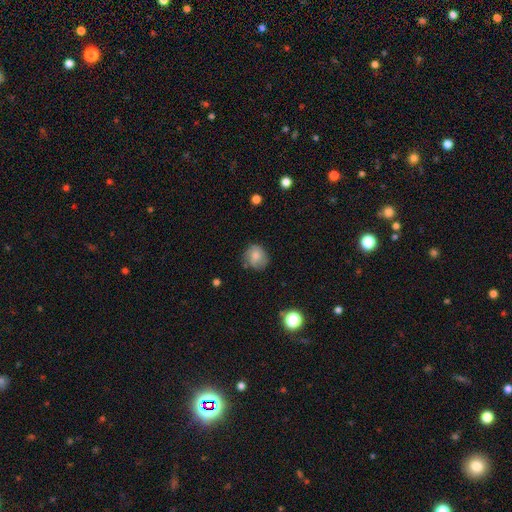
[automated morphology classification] Smooth or featured: smooth — 72% (featured or disk — 19%)
How rounded: round — 82% (in between — 17%)
Merging: none — 70% (minor disturbance — 22%)